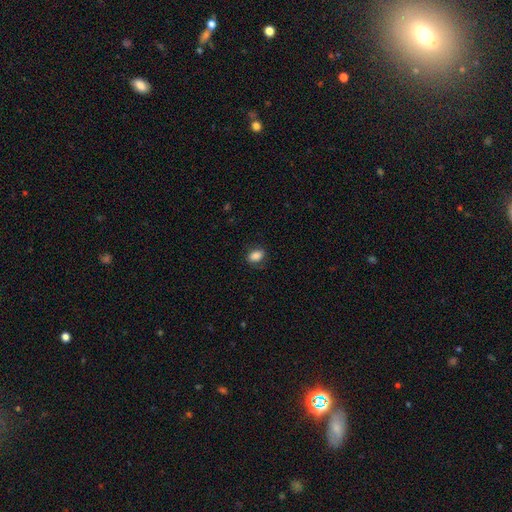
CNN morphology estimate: A smooth galaxy with no disk features (86%) that is in between round and cigar-shaped (79%). Merging: none (81%).